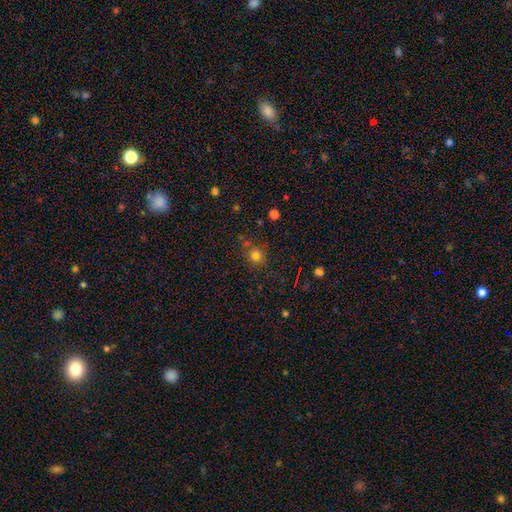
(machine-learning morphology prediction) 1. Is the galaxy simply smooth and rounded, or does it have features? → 78% smooth, 16% star or artifact, 6% featured or disk.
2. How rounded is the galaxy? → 87% round, 12% in between, 1% cigar-shaped.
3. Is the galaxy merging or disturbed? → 76% none, 12% minor disturbance, 8% merger, 4% major disturbance.